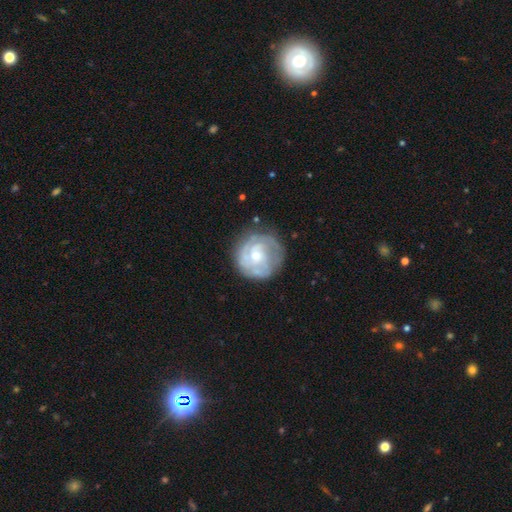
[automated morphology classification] Q: Smooth or featured?
A: featured or disk (76%); runner-up: smooth (18%)
Q: Edge-on disk?
A: no (98%); runner-up: yes (2%)
Q: Bar?
A: no (74%); runner-up: weak (22%)
Q: Spiral arms?
A: yes (86%); runner-up: no (14%)
Q: Spiral winding?
A: tight (63%); runner-up: medium (27%)
Q: Spiral arm count?
A: can't tell (38%); runner-up: 2 (23%)
Q: Bulge size?
A: moderate (49%); runner-up: small (47%)
Q: Merging?
A: none (71%); runner-up: minor disturbance (18%)